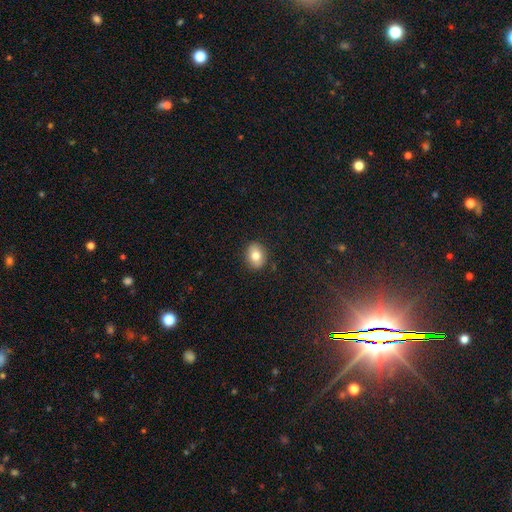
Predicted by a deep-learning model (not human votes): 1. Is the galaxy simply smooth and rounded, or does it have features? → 78% smooth, 12% featured or disk, 9% star or artifact.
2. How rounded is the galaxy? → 55% in between, 44% round, 1% cigar-shaped.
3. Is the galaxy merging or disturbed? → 88% none, 9% minor disturbance, 2% major disturbance, 1% merger.